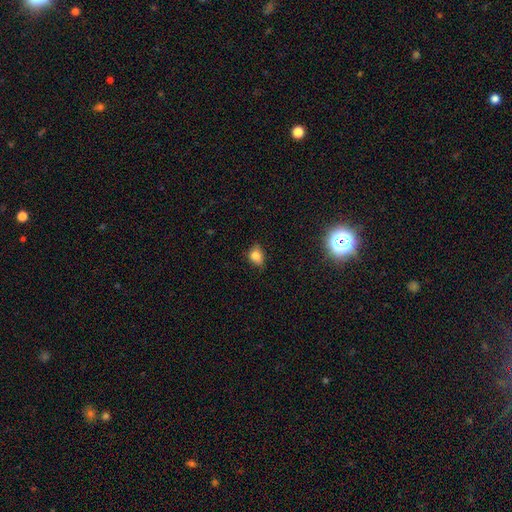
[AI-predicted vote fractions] A smooth galaxy with no disk features (80%) that is in between round and cigar-shaped (60%).

Vote fractions:
- Smooth or featured? smooth: 80% / star or artifact: 12% / featured or disk: 8%
- How rounded? in between: 60% / round: 38% / cigar-shaped: 2%
- Merging? none: 67% / minor disturbance: 26% / major disturbance: 5% / merger: 1%